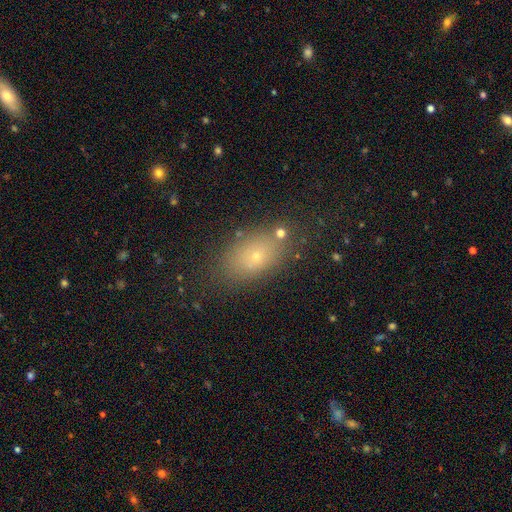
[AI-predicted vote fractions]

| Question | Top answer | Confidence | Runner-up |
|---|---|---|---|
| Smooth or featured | smooth | 68% | star or artifact (18%) |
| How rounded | in between | 82% | round (14%) |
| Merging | none | 77% | minor disturbance (13%) |